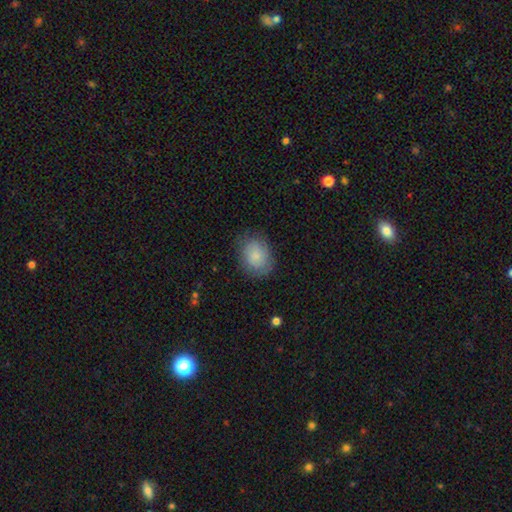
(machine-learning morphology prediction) The model was most divided on "how rounded": in between: 56%, round: 44%, cigar-shaped: 1%. More confident: smooth or featured — smooth (84%); merging — none (77%).